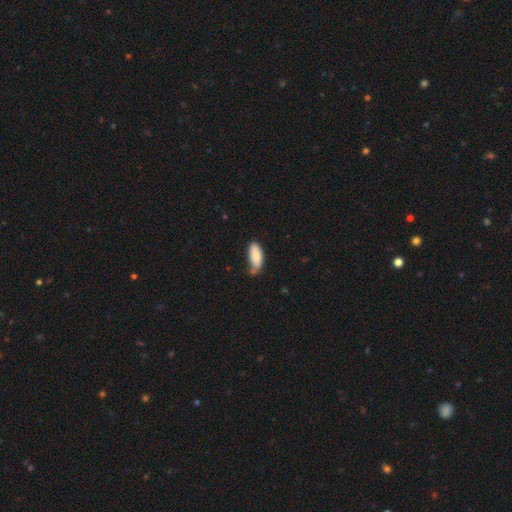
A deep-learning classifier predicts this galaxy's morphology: smooth-or-featured: smooth: 82% | featured or disk: 12% | star or artifact: 6%
  how-rounded: in between: 85% | cigar-shaped: 13% | round: 2%
  merging: none: 50% | minor disturbance: 36% | major disturbance: 7% | merger: 7%